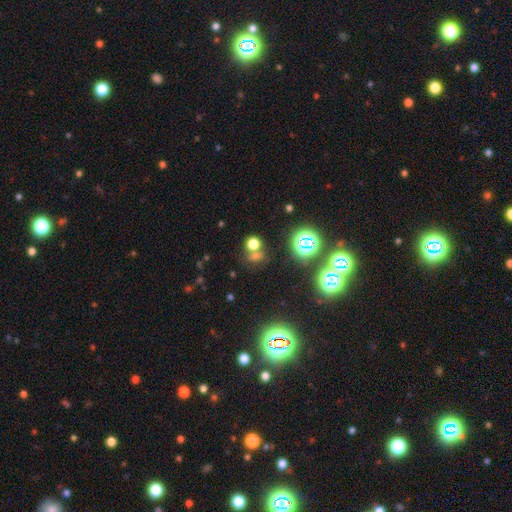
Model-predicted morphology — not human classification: The model was most divided on "smooth or featured": smooth: 47%, star or artifact: 44%, featured or disk: 9%. More confident: merging — none (60%).